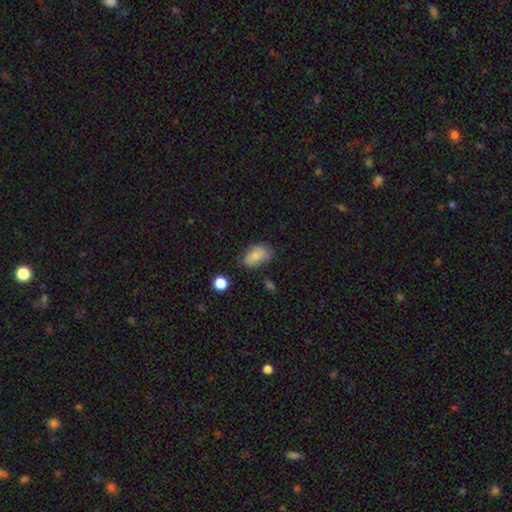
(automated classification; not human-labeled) Smooth or featured? Predicted: smooth (p=0.80). How rounded? Predicted: in between (p=0.89). Merging? Predicted: none (p=0.62).